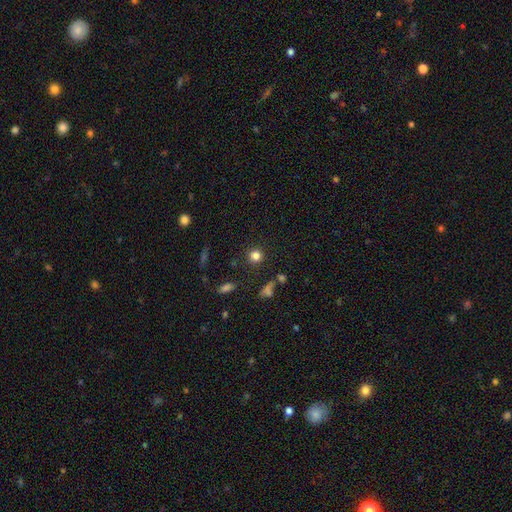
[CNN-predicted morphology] The model was most divided on "smooth or featured": smooth: 81%, star or artifact: 14%, featured or disk: 6%. More confident: how rounded — round (91%); merging — none (87%).